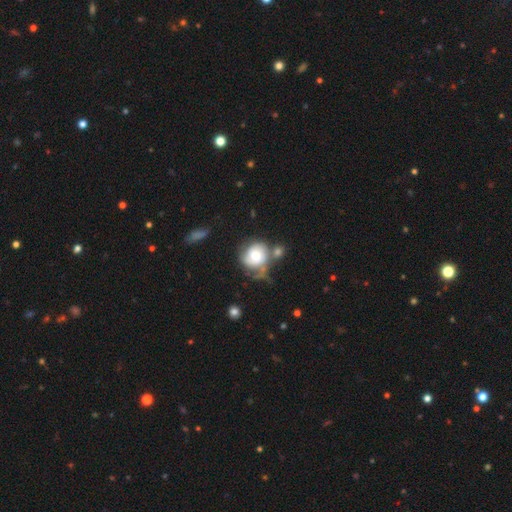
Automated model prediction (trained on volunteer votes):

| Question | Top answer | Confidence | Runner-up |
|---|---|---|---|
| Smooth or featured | featured or disk | 48% | smooth (45%) |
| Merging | none | 37% | minor disturbance (24%) |